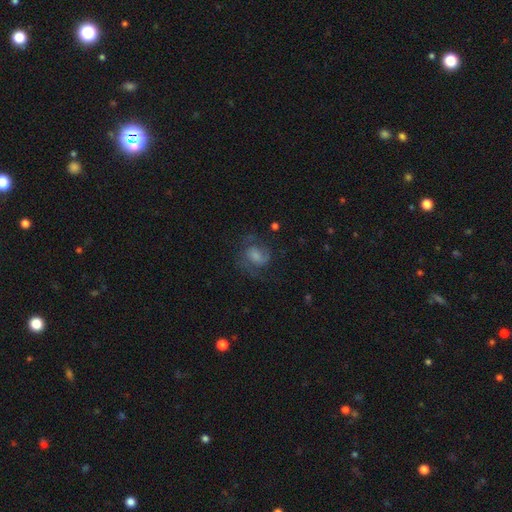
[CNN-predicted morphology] Smooth or featured: featured or disk — 55% (smooth — 34%)
Edge-on disk: no — 97% (yes — 3%)
Bar: no — 53% (weak — 39%)
Spiral arms: yes — 86% (no — 14%)
Bulge size: moderate — 30% (small — 27%)
Merging: none — 56% (major disturbance — 21%)